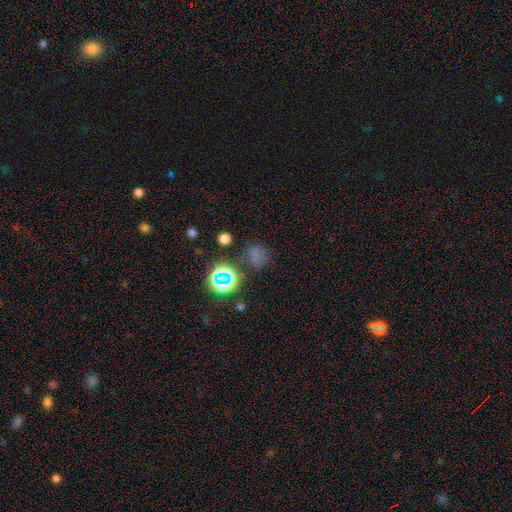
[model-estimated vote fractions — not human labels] A smooth galaxy with no disk features (59%) that is round (78%).

Vote fractions:
- Smooth or featured? smooth: 59% / star or artifact: 33% / featured or disk: 8%
- How rounded? round: 78% / in between: 21% / cigar-shaped: 1%
- Merging? none: 70% / minor disturbance: 16% / major disturbance: 8% / merger: 6%